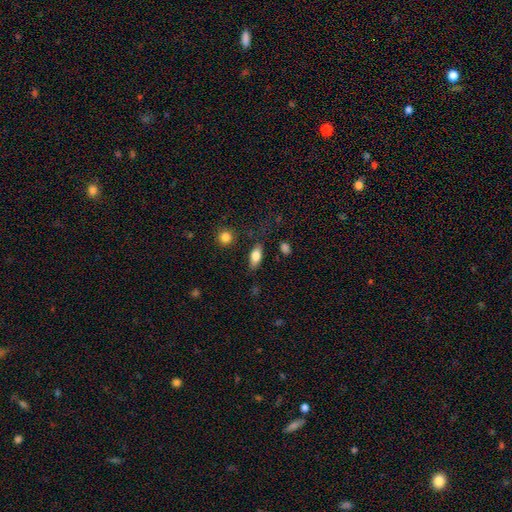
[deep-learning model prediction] A smooth galaxy with no disk features (78%) that is in between round and cigar-shaped (83%).

Vote fractions:
- Smooth or featured? smooth: 78% / featured or disk: 15% / star or artifact: 7%
- How rounded? in between: 83% / cigar-shaped: 13% / round: 4%
- Merging? none: 80% / minor disturbance: 13% / major disturbance: 4% / merger: 3%